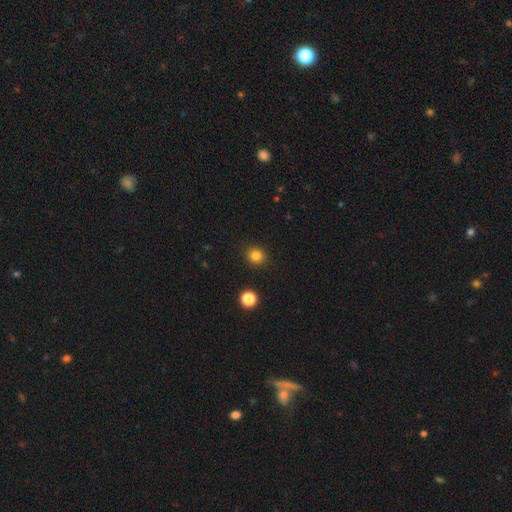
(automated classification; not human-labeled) smooth_or_featured: smooth (p=0.82) [alt: star or artifact p=0.13]
how_rounded: round (p=0.86) [alt: in between p=0.13]
merging: none (p=0.91) [alt: minor disturbance p=0.06]